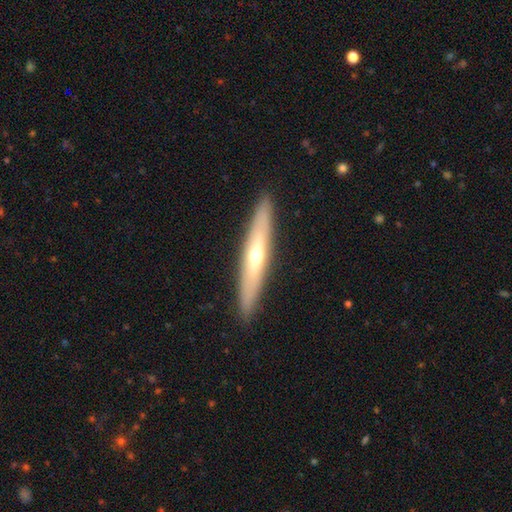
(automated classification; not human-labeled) Overall: featured or disk (60%; smooth 34%). Edge-on disk: yes (88%). Edge-on bulge: rounded (81%). Merging: none (91%).